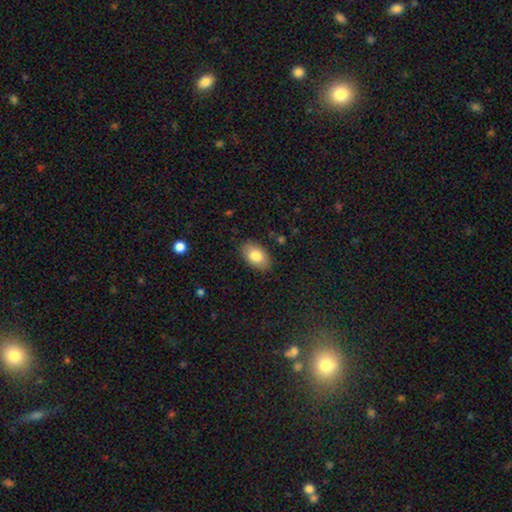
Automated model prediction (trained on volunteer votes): Smooth or featured? Predicted: smooth (p=0.82). How rounded? Predicted: in between (p=0.91). Merging? Predicted: none (p=0.87).